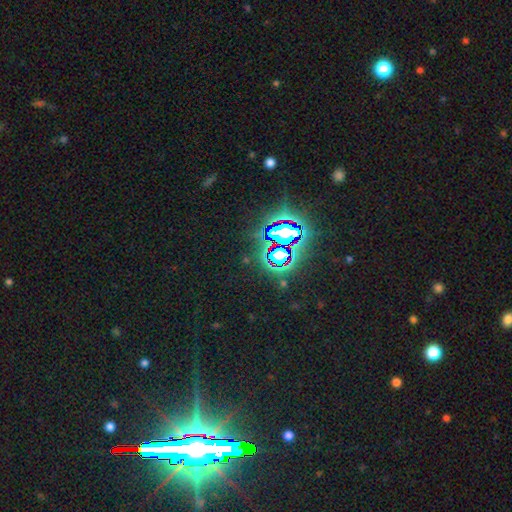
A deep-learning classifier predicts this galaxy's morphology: Smooth or featured? star or artifact (82%)